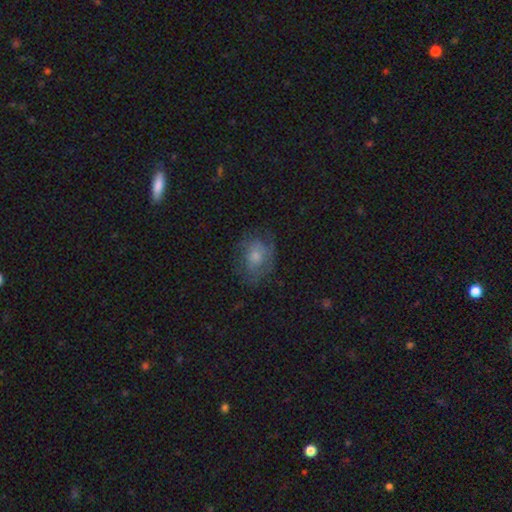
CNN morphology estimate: type=smooth (50%); roundness=in between (55%); merging=none (64%).